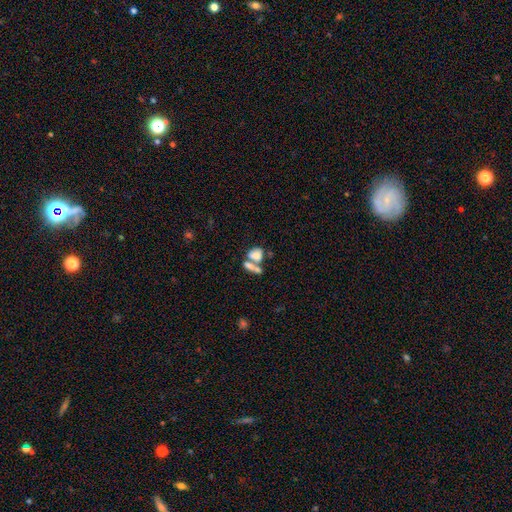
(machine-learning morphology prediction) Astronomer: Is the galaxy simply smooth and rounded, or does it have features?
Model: smooth — 71%.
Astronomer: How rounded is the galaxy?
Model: in between — 77%.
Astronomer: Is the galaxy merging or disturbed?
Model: merger — 59%.